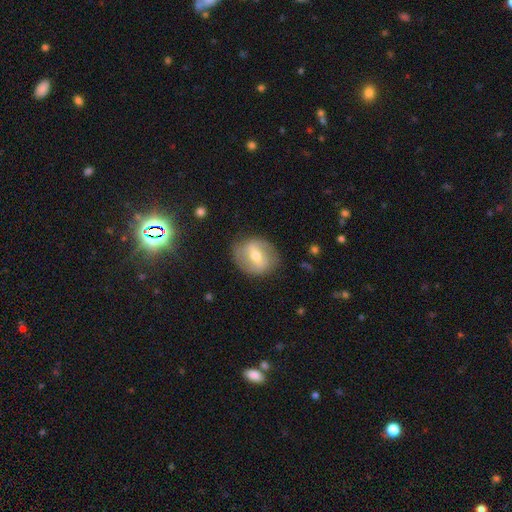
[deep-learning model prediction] Q: Smooth or featured?
A: featured or disk (55%); runner-up: smooth (38%)
Q: Edge-on disk?
A: no (92%); runner-up: yes (8%)
Q: Bar?
A: strong (47%); runner-up: weak (37%)
Q: Spiral arms?
A: no (53%); runner-up: yes (47%)
Q: Bulge size?
A: moderate (62%); runner-up: small (32%)
Q: Merging?
A: none (78%); runner-up: minor disturbance (15%)